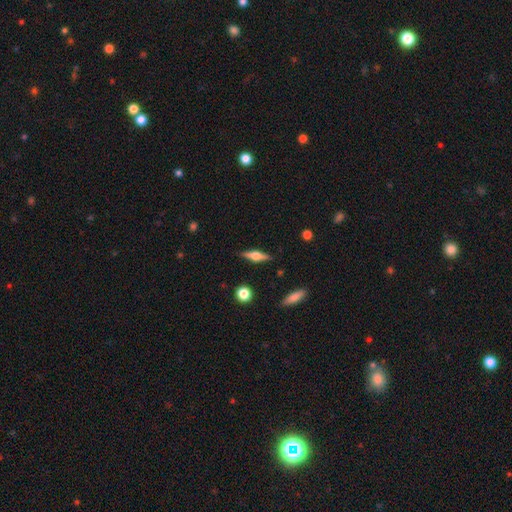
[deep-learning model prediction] smooth_or_featured: featured or disk (p=0.64) [alt: smooth p=0.29]
disk_edge_on: yes (p=0.97) [alt: no p=0.03]
edge_on_bulge: rounded (p=0.91) [alt: boxy p=0.07]
merging: none (p=0.87) [alt: minor disturbance p=0.09]